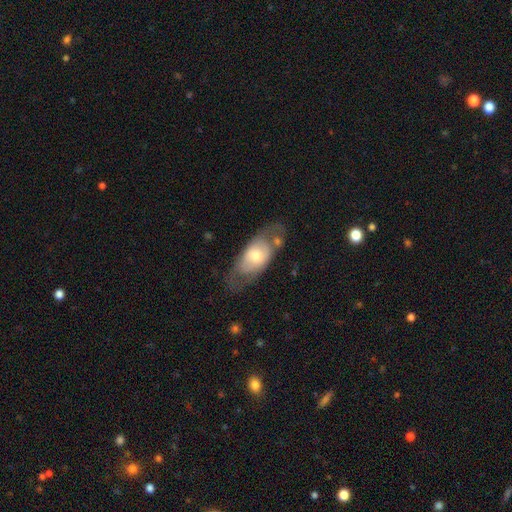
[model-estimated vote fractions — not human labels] smooth-or-featured: featured or disk: 50% | smooth: 44% | star or artifact: 6%
  disk-edge-on: no: 83% | yes: 17%
  merging: none: 58% | minor disturbance: 21% | major disturbance: 14% | merger: 7%